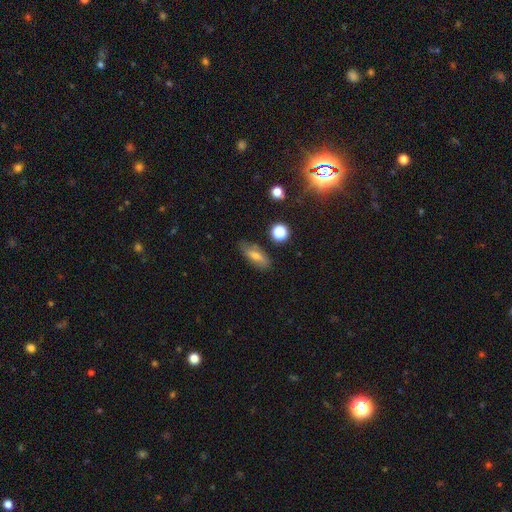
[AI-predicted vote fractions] Smooth or featured? smooth (62%)
How rounded? in between (71%)
Merging? none (78%)